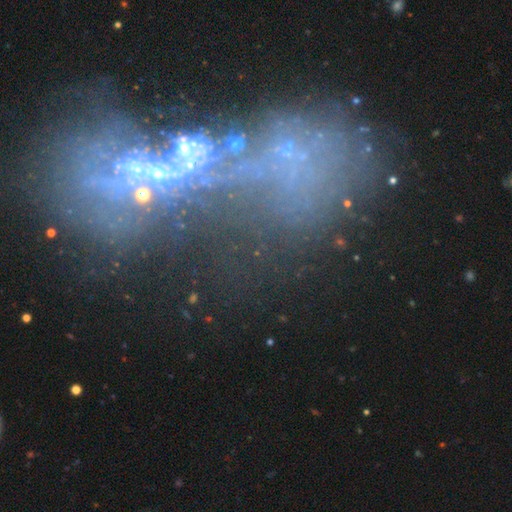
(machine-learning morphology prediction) Q: Smooth or featured?
A: star or artifact (51%); runner-up: featured or disk (31%)